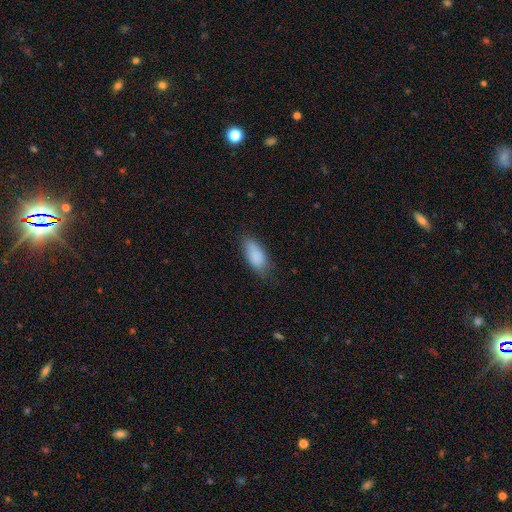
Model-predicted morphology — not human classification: Overall: smooth (88%). How rounded: in between (86%). Merging: none (73%).